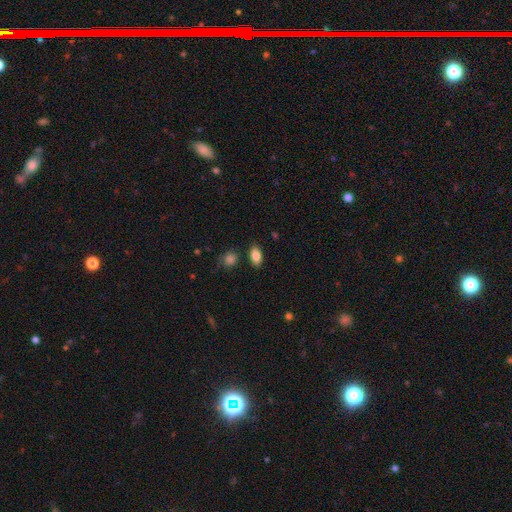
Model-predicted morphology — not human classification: A smooth galaxy with no disk features (85%) that is in between round and cigar-shaped (90%). Merging: none (84%).